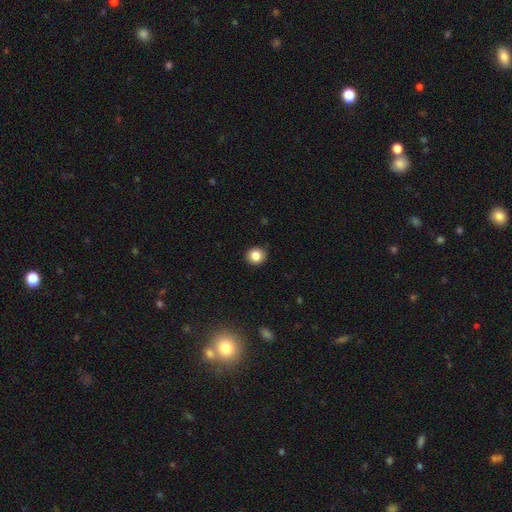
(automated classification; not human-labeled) This is clearly a smooth galaxy (85%). How rounded: clearly round (86%). Merging: clearly none (91%).